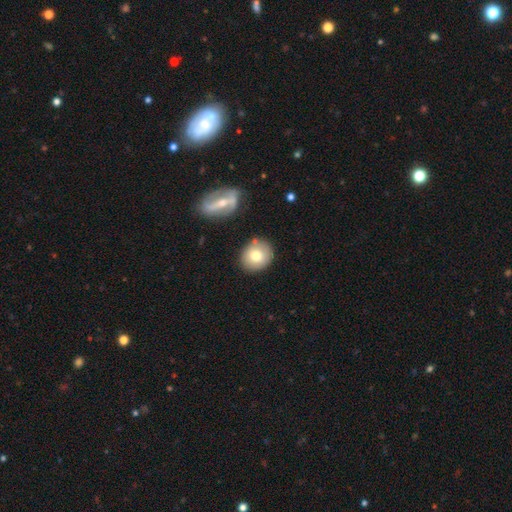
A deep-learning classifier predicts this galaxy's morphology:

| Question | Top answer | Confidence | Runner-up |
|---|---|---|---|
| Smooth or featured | smooth | 73% | featured or disk (19%) |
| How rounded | round | 81% | in between (18%) |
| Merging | none | 80% | minor disturbance (11%) |